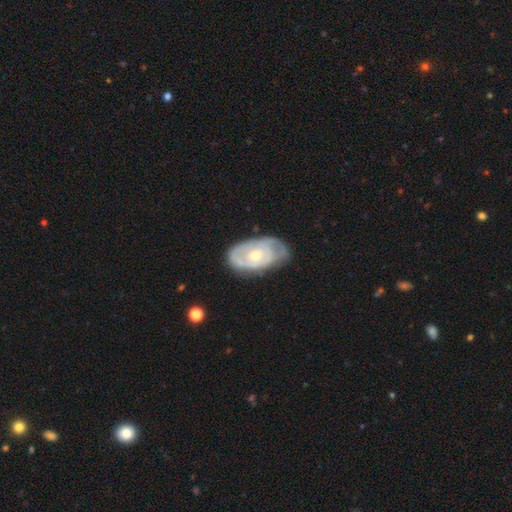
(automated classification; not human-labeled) Smooth or featured? featured or disk (68%)
Edge-on disk? no (93%)
Bar? no (83%)
Spiral arms? yes (59%)
Bulge size? small (58%)
Merging? none (60%)